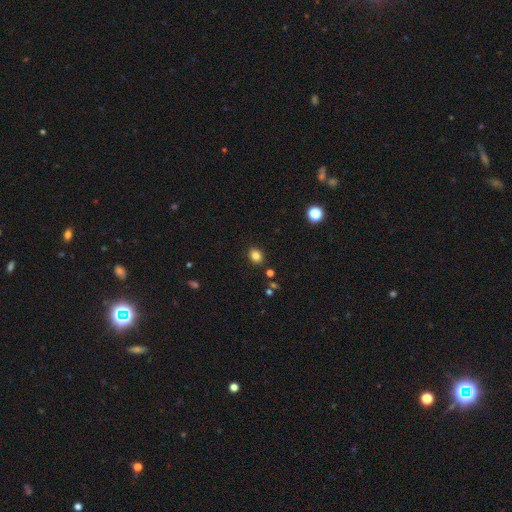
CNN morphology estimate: Q: Smooth or featured?
A: smooth (83%); runner-up: star or artifact (12%)
Q: How rounded?
A: round (62%); runner-up: in between (37%)
Q: Merging?
A: none (88%); runner-up: minor disturbance (7%)